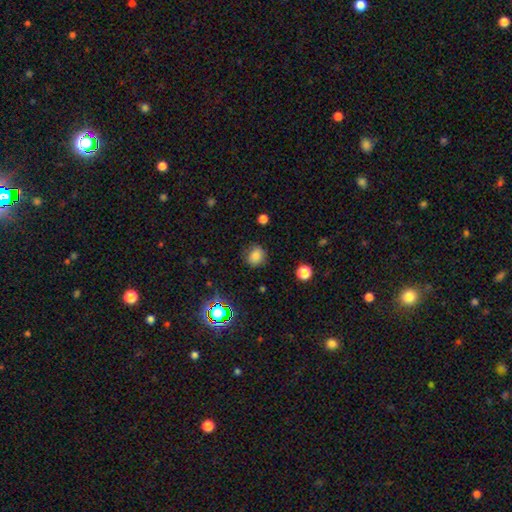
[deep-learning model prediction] Q: Smooth or featured?
A: smooth (78%); runner-up: star or artifact (15%)
Q: How rounded?
A: round (81%); runner-up: in between (18%)
Q: Merging?
A: none (80%); runner-up: minor disturbance (15%)